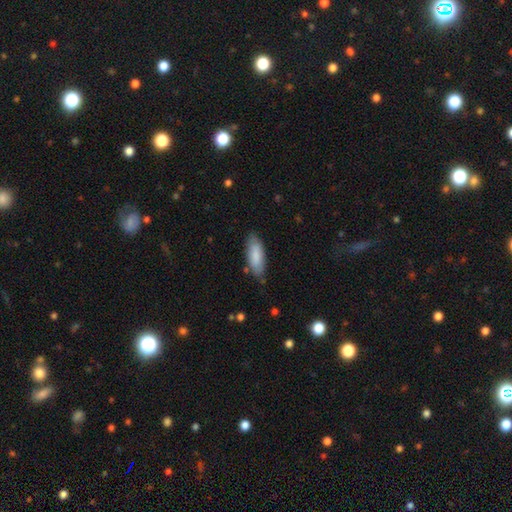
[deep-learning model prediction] Smooth or featured?
  - smooth: 85% *
  - featured or disk: 10%
  - star or artifact: 5%
How rounded?
  - in between: 73% *
  - cigar-shaped: 25%
  - round: 1%
Merging?
  - none: 78% *
  - minor disturbance: 17%
  - major disturbance: 3%
  - merger: 2%